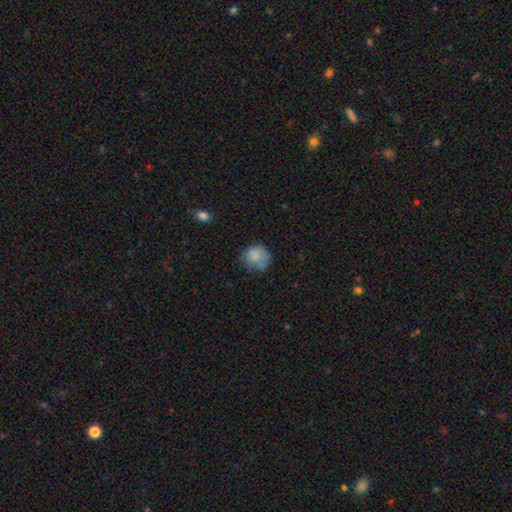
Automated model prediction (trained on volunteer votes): smooth-or-featured: smooth: 79% | featured or disk: 12% | star or artifact: 9%
  how-rounded: round: 85% | in between: 14% | cigar-shaped: 1%
  merging: none: 65% | minor disturbance: 24% | major disturbance: 9% | merger: 2%